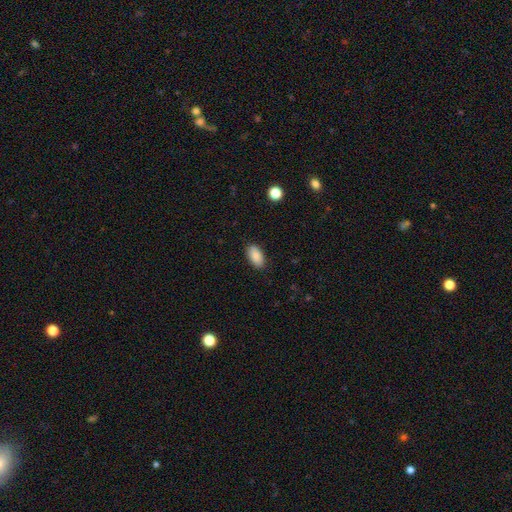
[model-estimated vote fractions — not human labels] Overall: smooth (89%). How rounded: in between (93%). Merging: none (88%).